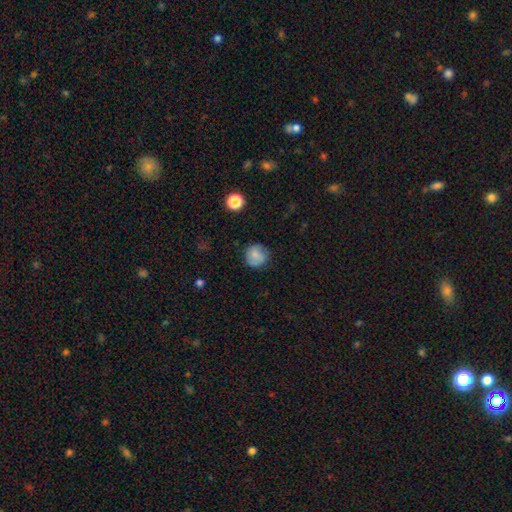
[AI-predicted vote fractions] The model was most divided on "smooth or featured": smooth: 73%, featured or disk: 18%, star or artifact: 9%. More confident: how rounded — round (89%); merging — none (76%).